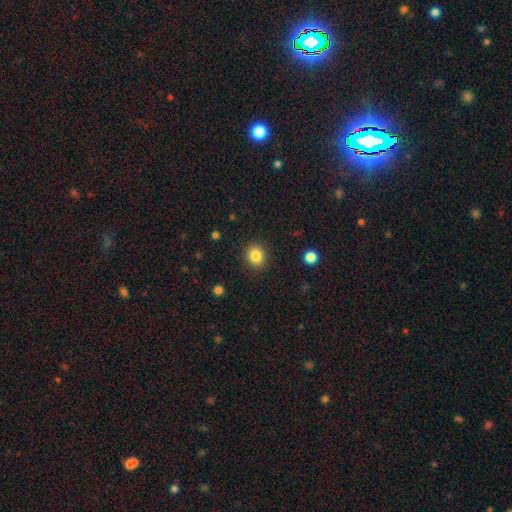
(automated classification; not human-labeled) Smooth or featured: smooth — 84% (star or artifact — 11%)
How rounded: round — 80% (in between — 19%)
Merging: none — 90% (minor disturbance — 7%)